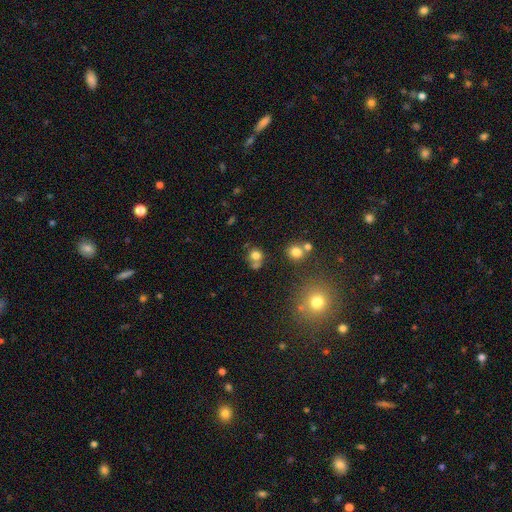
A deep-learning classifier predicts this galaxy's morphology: This appears to be a smooth galaxy with no disk features (74%) that is round (83%). Merging: none (55%).